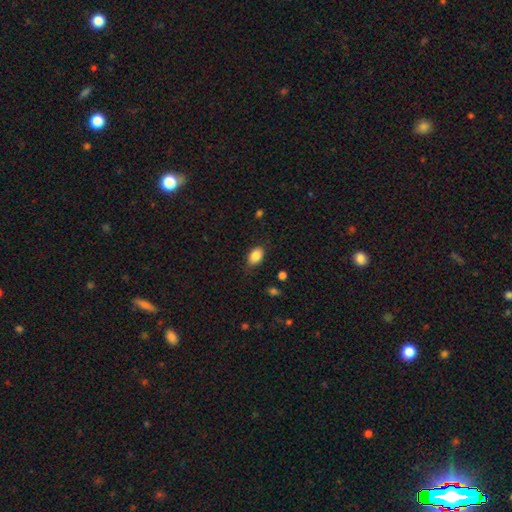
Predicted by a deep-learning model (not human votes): This is clearly a smooth galaxy (87%). How rounded: clearly in between (87%). Merging: likely none (80%).